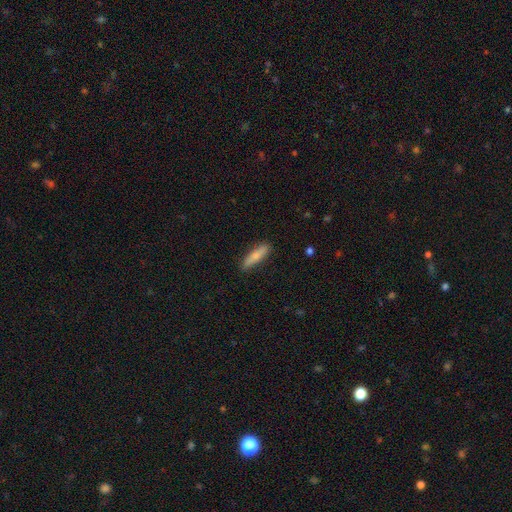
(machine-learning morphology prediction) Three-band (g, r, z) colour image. It shows a smooth galaxy with no disk features (71%) that is cigar-shaped (73%). Merging: none (85%).